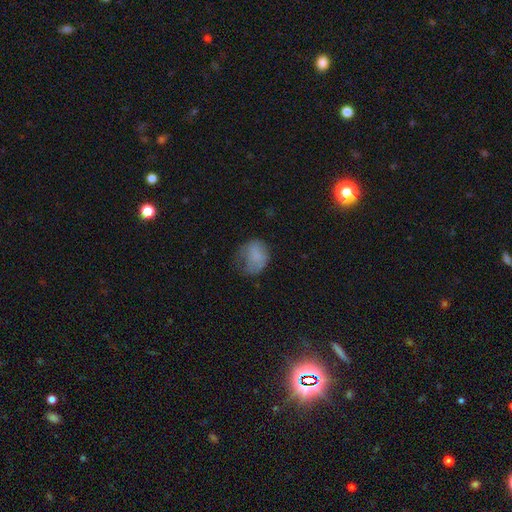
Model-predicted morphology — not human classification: Overall: smooth (72%). How rounded: in between (53%; round 46%). Merging: none (34%, tied with minor disturbance).